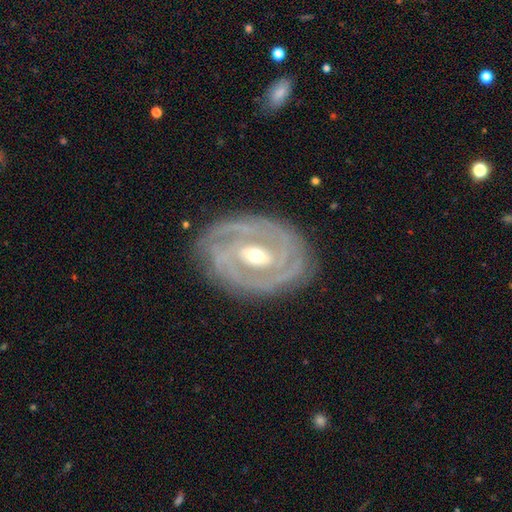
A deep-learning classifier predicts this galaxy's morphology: A featured or disk galaxy (89%) with a weak bar (45%), 2 (32%) tight (75%) spiral arms (96%) and a moderate central bulge (60%).

Vote fractions:
- Smooth or featured? featured or disk: 89% / smooth: 6% / star or artifact: 5%
- Edge-on disk? no: 96% / yes: 4%
- Bar? weak: 45% / strong: 28% / no: 27%
- Spiral arms? yes: 96% / no: 4%
- Spiral winding? tight: 75% / medium: 21% / loose: 4%
- Spiral arm count? 2: 32% / 3: 24% / can't tell: 22% / 4: 10% / more than 4: 6% / 1: 6%
- Bulge size? moderate: 60% / small: 35% / large: 3% / dominant: 1% / none: 1%
- Merging? none: 81% / minor disturbance: 14% / major disturbance: 4% / merger: 1%